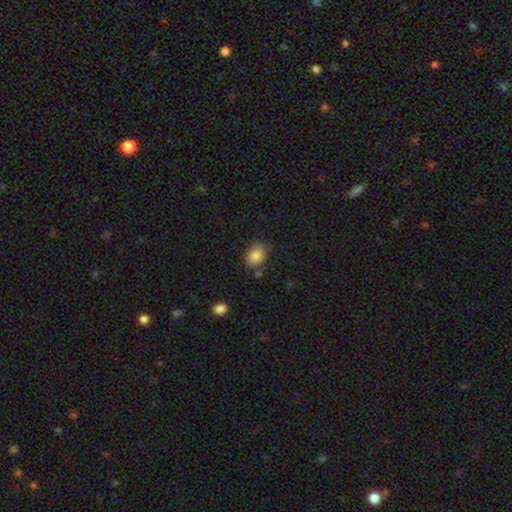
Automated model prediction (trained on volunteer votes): A smooth galaxy with no disk features (85%) that is in between round and cigar-shaped (59%). Merging: none (71%).